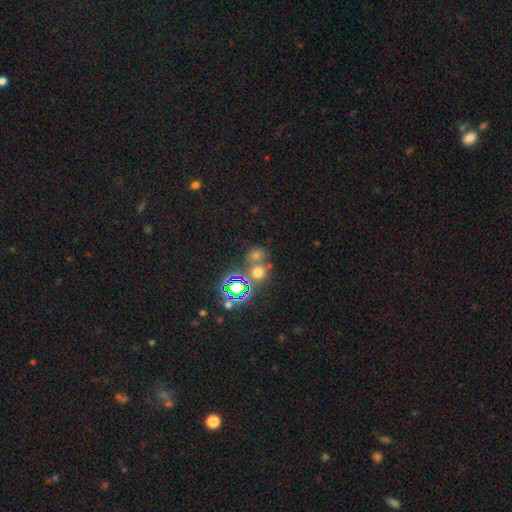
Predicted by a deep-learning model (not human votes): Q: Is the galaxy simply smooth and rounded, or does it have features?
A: smooth — 51%.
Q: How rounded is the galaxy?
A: round — 77%.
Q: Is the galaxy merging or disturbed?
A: none — 57%.